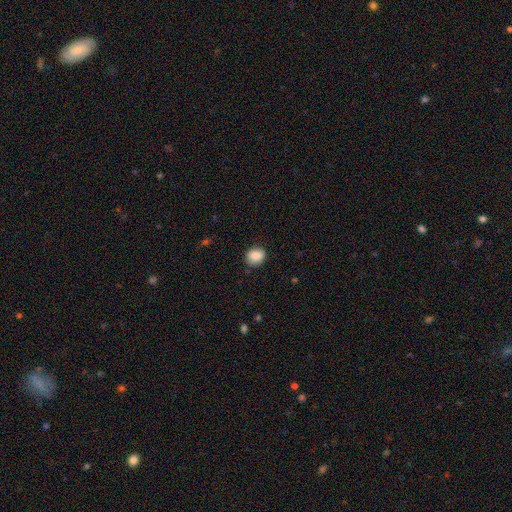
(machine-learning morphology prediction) Smooth or featured? Predicted: smooth (p=0.86). How rounded? Predicted: round (p=0.67). Merging? Predicted: none (p=0.81).